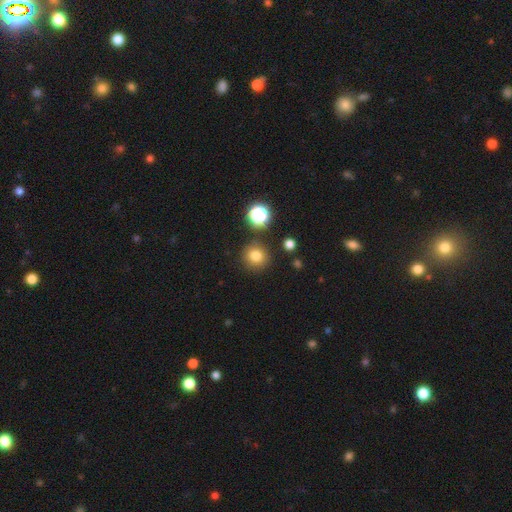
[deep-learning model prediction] Smooth or featured? smooth (78%)
How rounded? round (92%)
Merging? none (86%)